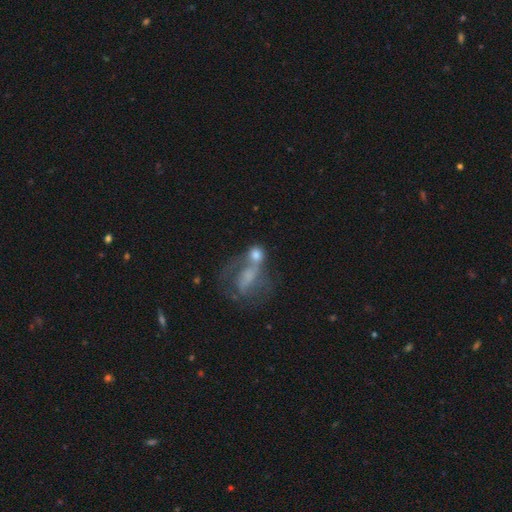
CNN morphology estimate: This is possibly a smooth galaxy (49%). Merging: possibly merger (47%).